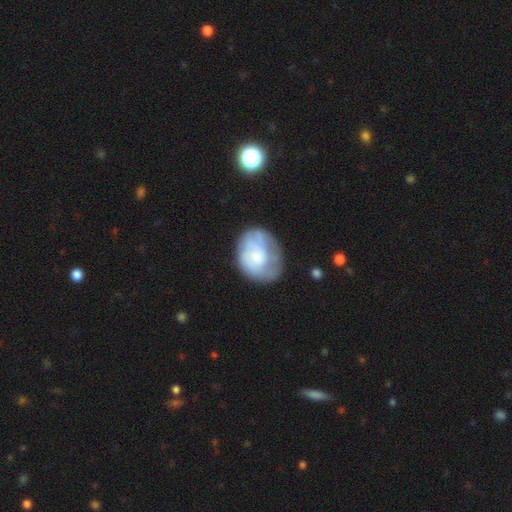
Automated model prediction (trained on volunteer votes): This is possibly a smooth galaxy (51%). How rounded: possibly in between (52%). Merging: possibly none (53%).